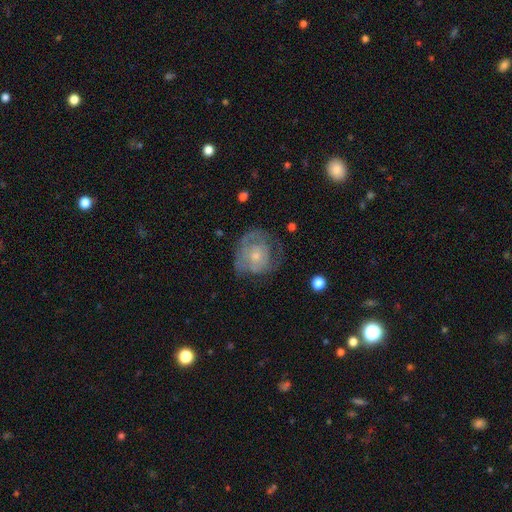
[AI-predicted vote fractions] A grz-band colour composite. It shows a featured or disk galaxy (62%) with no bar (83%), spiral arms (65%) and a small central bulge (61%). Merging: none (49%).